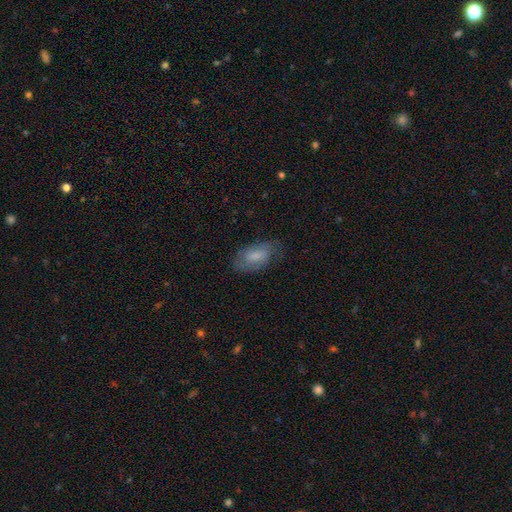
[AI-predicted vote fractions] A smooth galaxy with no disk features (57%) that is in between round and cigar-shaped (91%).

Vote fractions:
- Smooth or featured? smooth: 57% / featured or disk: 36% / star or artifact: 8%
- How rounded? in between: 91% / round: 5% / cigar-shaped: 4%
- Merging? none: 67% / minor disturbance: 23% / major disturbance: 9% / merger: 1%